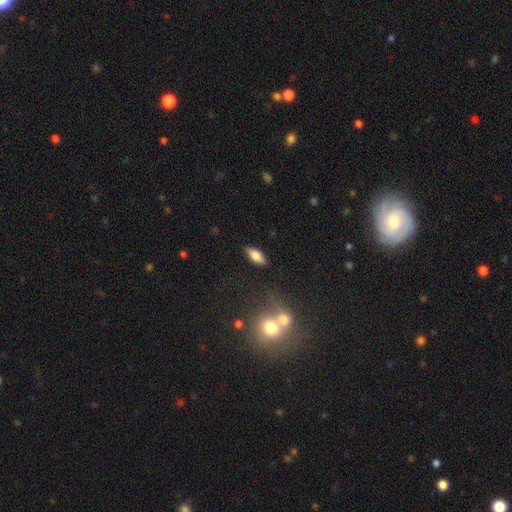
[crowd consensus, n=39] smooth_or_featured: smooth (p=0.77) [alt: featured or disk p=0.18]
how_rounded: in between (p=0.97) [alt: cigar-shaped p=0.03]
merging: none (p=0.86) [alt: minor disturbance p=0.08]